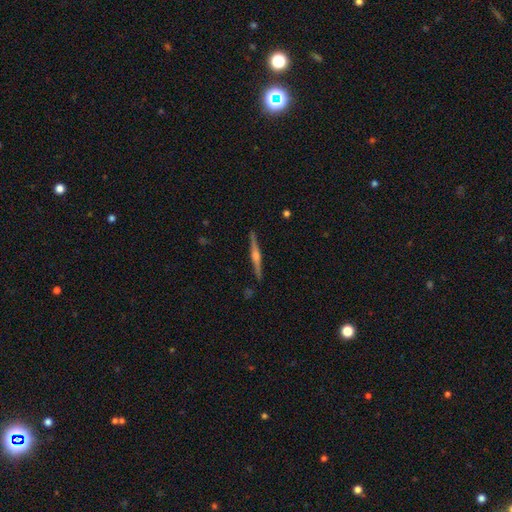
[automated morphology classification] Overall: featured or disk (82%). Edge-on disk: yes (98%). Edge-on bulge: rounded (83%). Merging: none (92%).